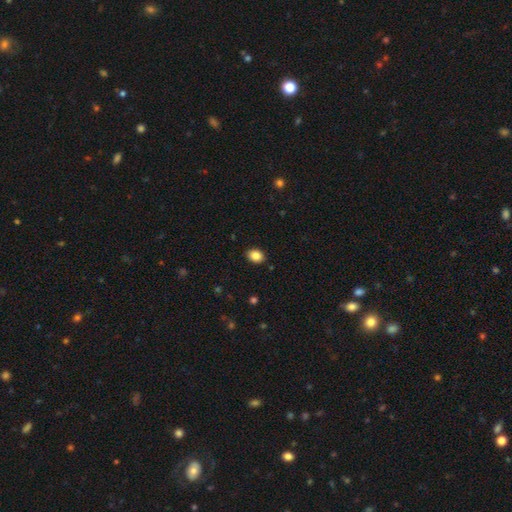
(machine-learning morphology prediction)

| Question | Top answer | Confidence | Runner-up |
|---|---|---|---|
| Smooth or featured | smooth | 86% | star or artifact (9%) |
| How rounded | in between | 63% | round (36%) |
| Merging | none | 89% | minor disturbance (8%) |